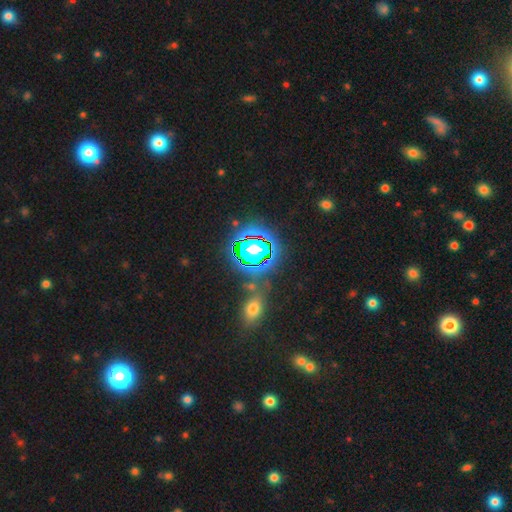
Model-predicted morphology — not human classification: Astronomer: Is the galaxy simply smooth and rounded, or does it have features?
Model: star or artifact — 72%.